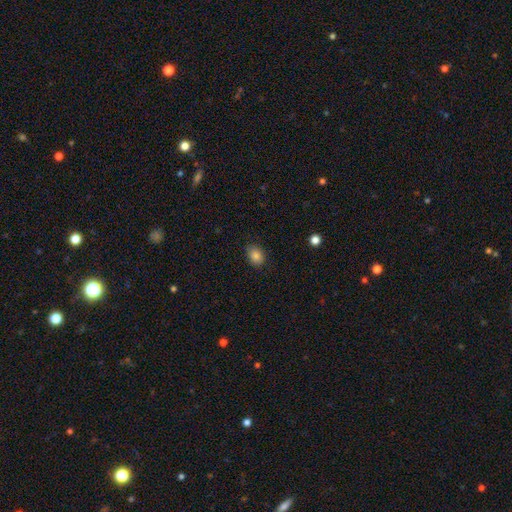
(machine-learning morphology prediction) smooth_or_featured: smooth (p=0.85) [alt: star or artifact p=0.10]
how_rounded: in between (p=0.71) [alt: round p=0.28]
merging: none (p=0.83) [alt: minor disturbance p=0.13]